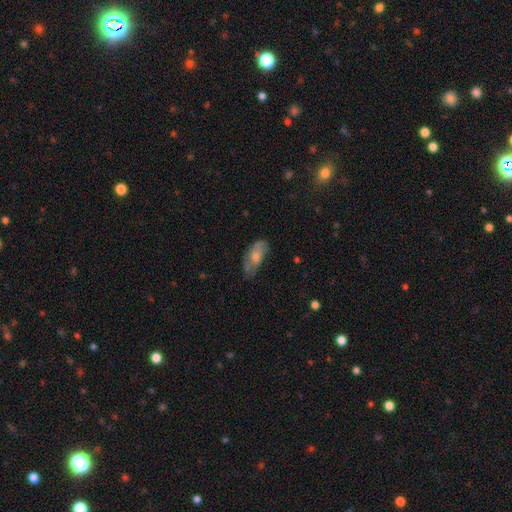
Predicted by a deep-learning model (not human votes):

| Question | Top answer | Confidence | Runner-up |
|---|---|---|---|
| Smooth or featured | smooth | 54% | featured or disk (39%) |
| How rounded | in between | 84% | cigar-shaped (13%) |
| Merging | none | 51% | minor disturbance (32%) |